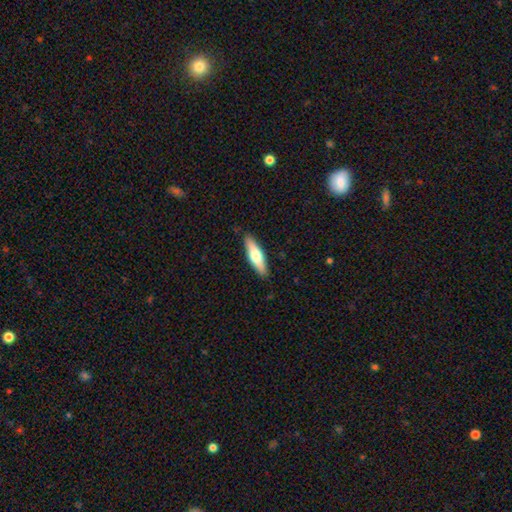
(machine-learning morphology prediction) Q: Smooth or featured?
A: smooth (58%); runner-up: featured or disk (37%)
Q: How rounded?
A: cigar-shaped (64%); runner-up: in between (34%)
Q: Merging?
A: none (89%); runner-up: minor disturbance (8%)